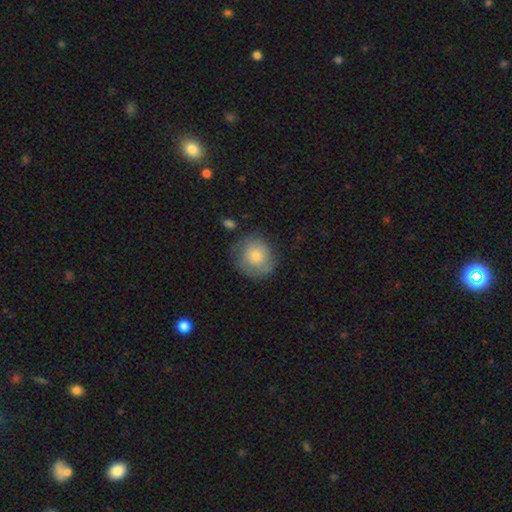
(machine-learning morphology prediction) A smooth galaxy with no disk features (71%) that is round (87%).

Vote fractions:
- Smooth or featured? smooth: 71% / featured or disk: 21% / star or artifact: 8%
- How rounded? round: 87% / in between: 12% / cigar-shaped: 1%
- Merging? none: 72% / minor disturbance: 20% / major disturbance: 6% / merger: 2%